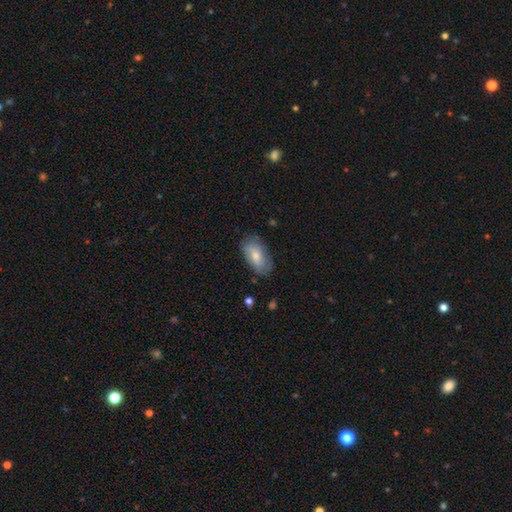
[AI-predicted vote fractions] Morphology: type=smooth (69%); roundness=in between (93%); merging=none (74%).